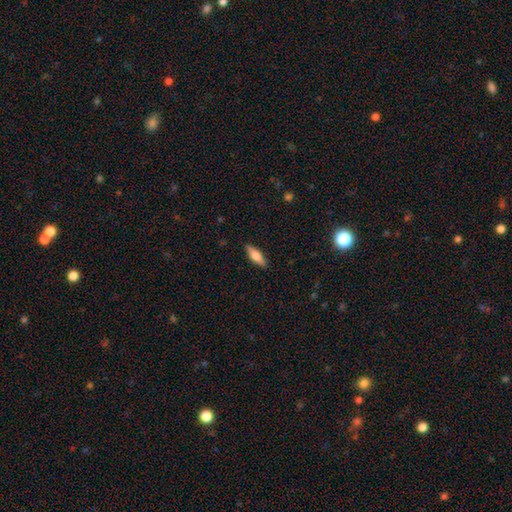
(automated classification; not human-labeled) The model was most divided on "how rounded": cigar-shaped: 51%, in between: 47%, round: 2%. More confident: merging — none (88%); smooth or featured — smooth (67%).